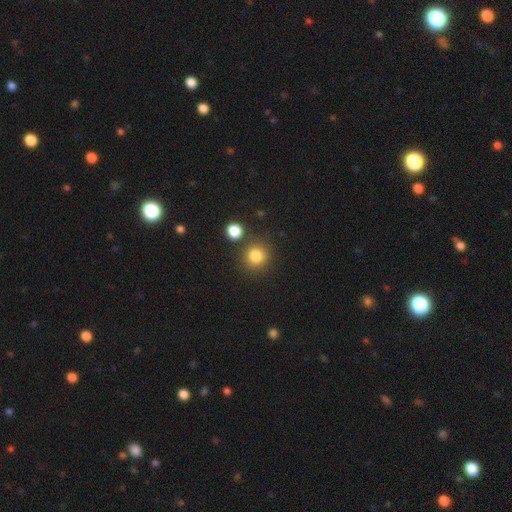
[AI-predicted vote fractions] Smooth or featured? Predicted: smooth (p=0.82). How rounded? Predicted: round (p=0.89). Merging? Predicted: none (p=0.81).